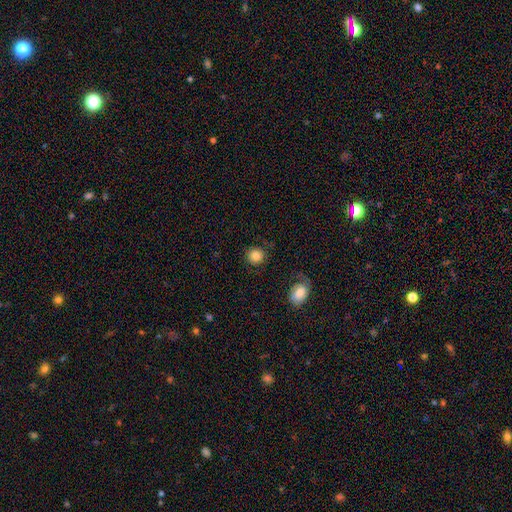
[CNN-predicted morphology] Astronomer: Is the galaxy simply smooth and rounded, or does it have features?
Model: smooth — 84%.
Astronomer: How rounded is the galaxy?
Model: round — 90%.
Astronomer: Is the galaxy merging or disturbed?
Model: none — 82%.